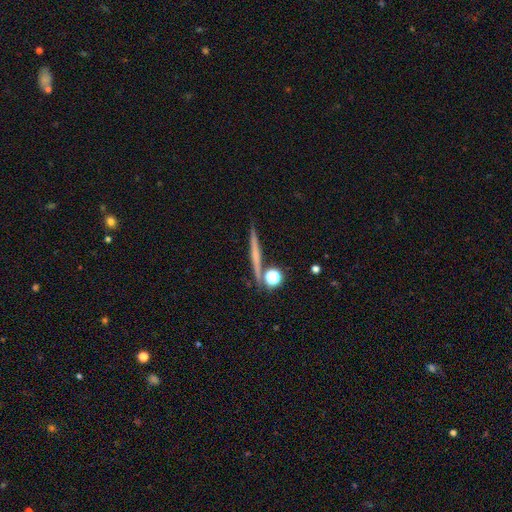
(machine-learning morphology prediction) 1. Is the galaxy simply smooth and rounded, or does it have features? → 47% featured or disk, 42% smooth, 12% star or artifact.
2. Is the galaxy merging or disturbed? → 84% none, 7% minor disturbance, 6% merger, 2% major disturbance.